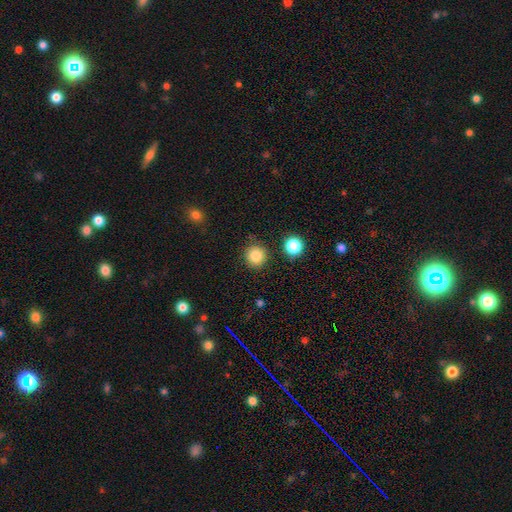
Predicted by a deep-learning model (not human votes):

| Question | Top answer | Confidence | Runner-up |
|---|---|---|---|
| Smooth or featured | smooth | 84% | star or artifact (11%) |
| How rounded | round | 94% | in between (5%) |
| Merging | none | 89% | minor disturbance (6%) |